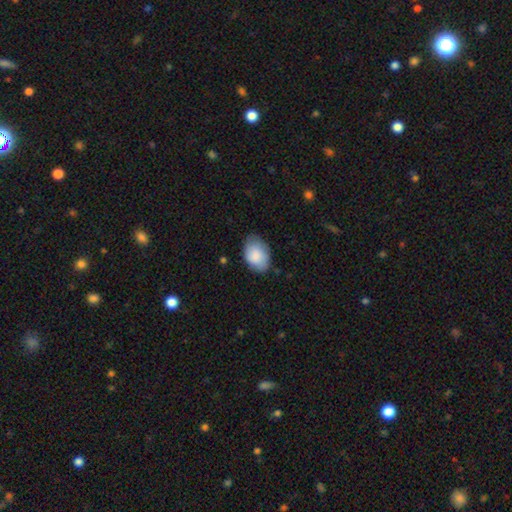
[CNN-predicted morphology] Smooth or featured? Predicted: smooth (p=0.86). How rounded? Predicted: in between (p=0.87). Merging? Predicted: none (p=0.71).